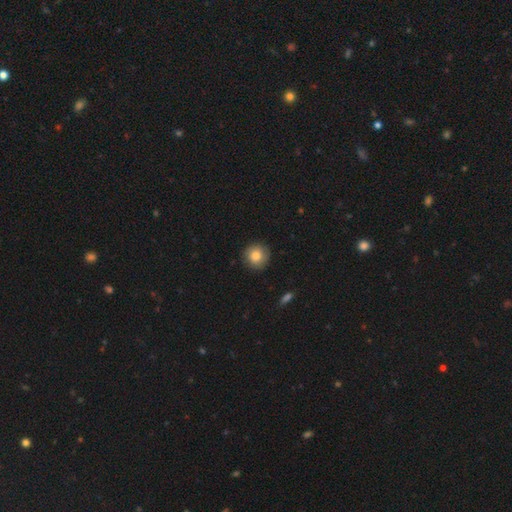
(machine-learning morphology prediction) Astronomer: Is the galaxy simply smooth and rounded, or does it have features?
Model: smooth — 81%.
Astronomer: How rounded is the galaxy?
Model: round — 93%.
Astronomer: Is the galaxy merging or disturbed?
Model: none — 87%.